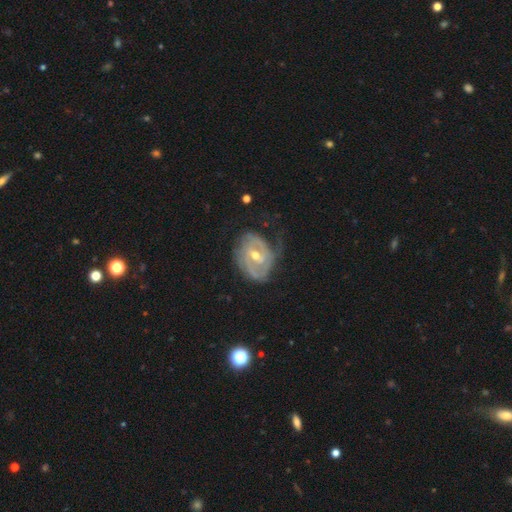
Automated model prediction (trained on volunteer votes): The model was most divided on "spiral arm count": 2: 43%, can't tell: 31%, 3: 13%, 1: 7%, 4: 4%, more than 4: 3%. Remaining: edge-on disk — no (96%); spiral arms — yes (88%); smooth or featured — featured or disk (83%); bulge size — moderate (61%); spiral winding — tight (58%); merging — none (53%); bar — weak (48%).